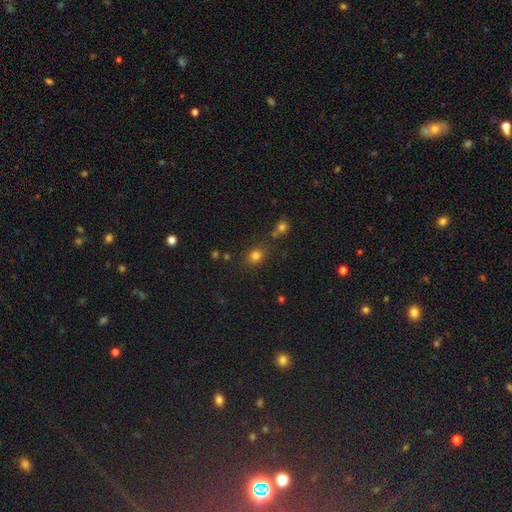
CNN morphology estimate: A smooth galaxy with no disk features (78%) that is round (57%).

Vote fractions:
- Smooth or featured? smooth: 78% / star or artifact: 16% / featured or disk: 6%
- How rounded? round: 57% / in between: 42% / cigar-shaped: 1%
- Merging? none: 76% / minor disturbance: 12% / merger: 8% / major disturbance: 4%